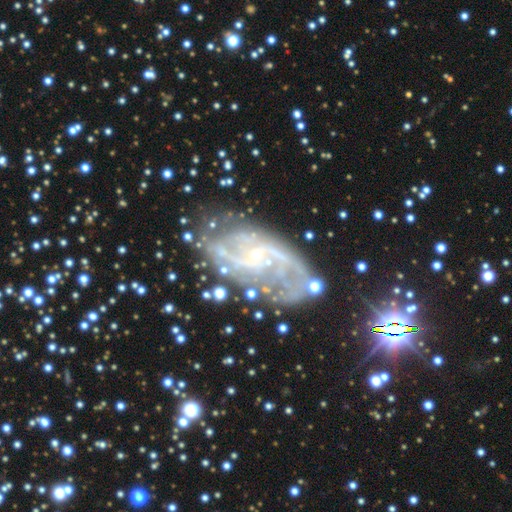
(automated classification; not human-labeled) Smooth or featured? Predicted: featured or disk (p=0.83). Edge-on disk? Predicted: no (p=0.95). Bar? Predicted: no (p=0.58). Spiral arms? Predicted: yes (p=0.95). Spiral winding? Predicted: tight (p=0.43). Spiral arm count? Predicted: 2 (p=0.29). Bulge size? Predicted: small (p=0.82). Merging? Predicted: none (p=0.66).